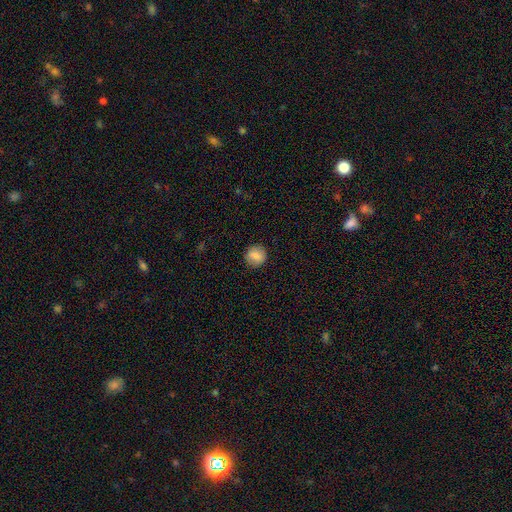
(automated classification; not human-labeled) A smooth galaxy with no disk features (83%) that is round (89%). Merging: none (89%).